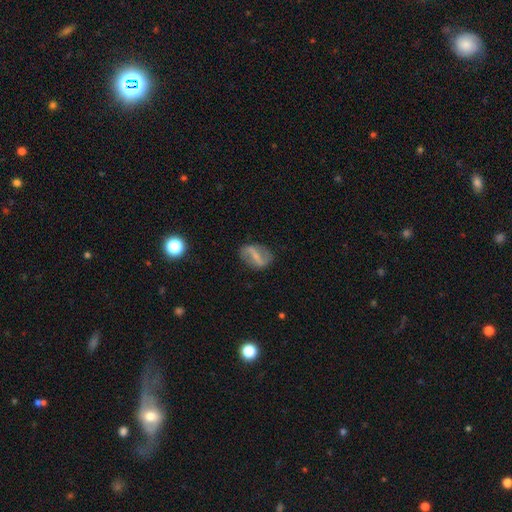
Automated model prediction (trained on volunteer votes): A featured or disk galaxy (67%) with a strong bar (63%), spiral arms (69%) and no central bulge (41%). Merging: none (78%).